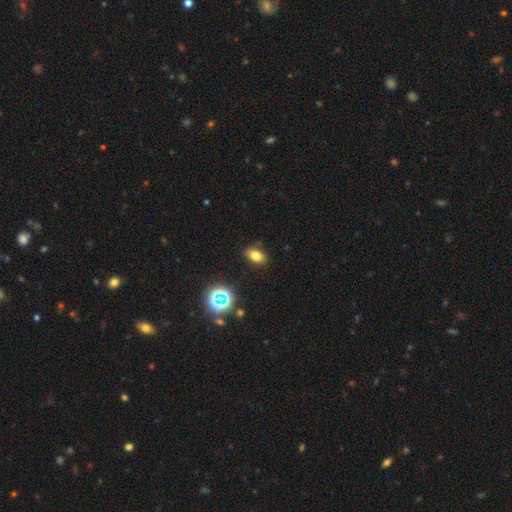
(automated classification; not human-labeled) A smooth galaxy with no disk features (75%) that is in between round and cigar-shaped (85%).

Vote fractions:
- Smooth or featured? smooth: 75% / star or artifact: 16% / featured or disk: 9%
- How rounded? in between: 85% / round: 13% / cigar-shaped: 2%
- Merging? none: 86% / minor disturbance: 10% / major disturbance: 2% / merger: 2%